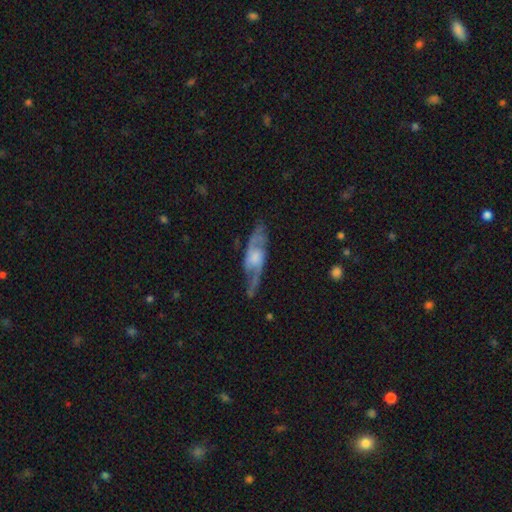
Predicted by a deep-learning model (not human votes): Morphology: type=featured or disk (76%); edge-on=no (78%); bar=no (61%); spiral arms=yes (88%); winding=medium (46%); arm count=2 (81%); bulge=moderate (32%); merging=none (66%).